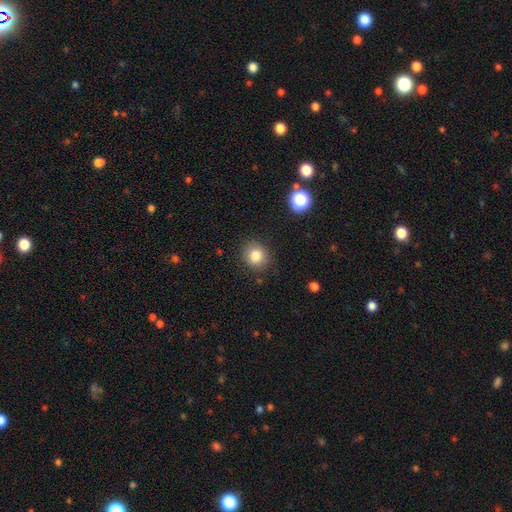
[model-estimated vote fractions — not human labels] A smooth galaxy with no disk features (82%) that is round (82%). Merging: none (86%).